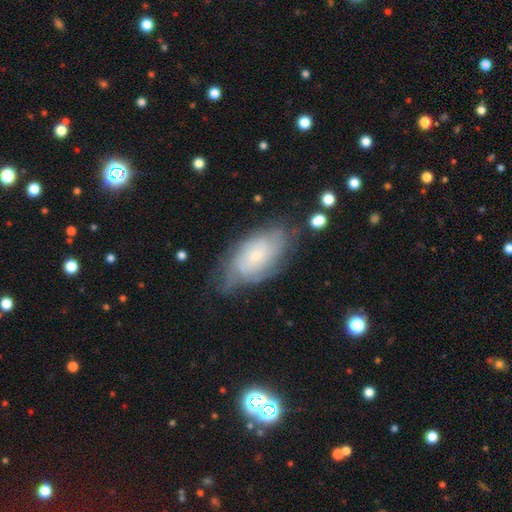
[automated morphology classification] Q: Smooth or featured?
A: featured or disk (60%); runner-up: smooth (32%)
Q: Edge-on disk?
A: no (93%); runner-up: yes (7%)
Q: Bar?
A: no (66%); runner-up: weak (29%)
Q: Spiral arms?
A: yes (80%); runner-up: no (20%)
Q: Bulge size?
A: small (65%); runner-up: moderate (25%)
Q: Merging?
A: none (58%); runner-up: minor disturbance (28%)